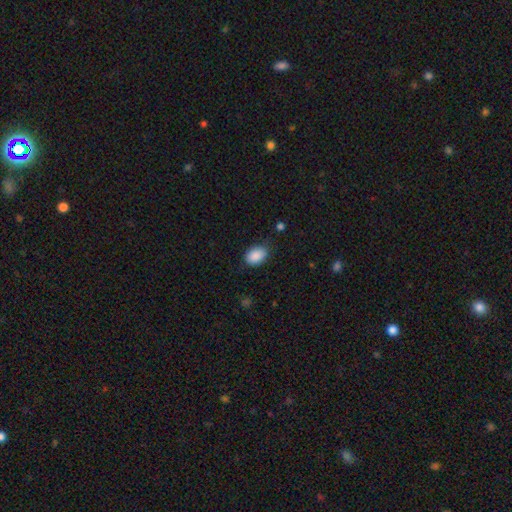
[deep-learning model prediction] Smooth or featured? Predicted: smooth (p=0.89). How rounded? Predicted: in between (p=0.83). Merging? Predicted: none (p=0.79).